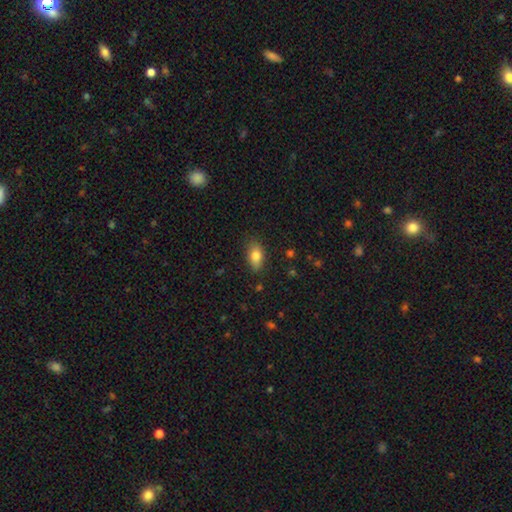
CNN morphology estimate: type=smooth (80%); roundness=in between (86%); merging=none (81%).